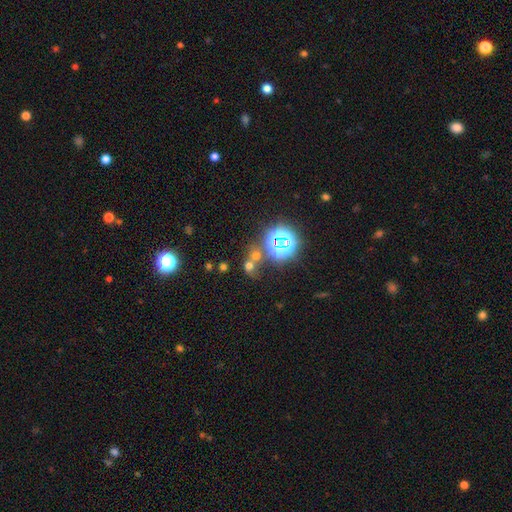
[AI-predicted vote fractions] This appears to be a star or artifact, not a galaxy (74%).